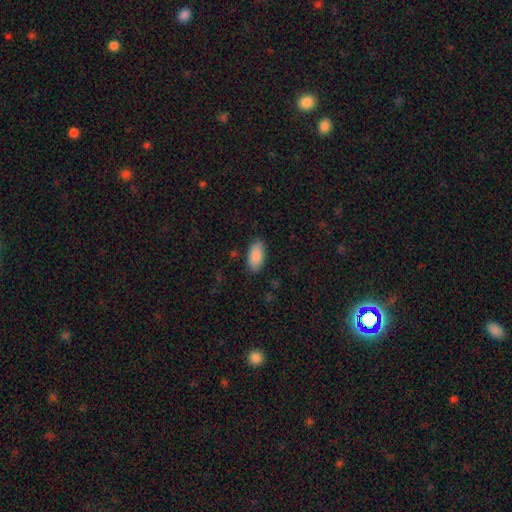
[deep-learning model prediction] smooth-or-featured: smooth: 90% | star or artifact: 6% | featured or disk: 4%
  how-rounded: in between: 93% | cigar-shaped: 5% | round: 2%
  merging: none: 86% | minor disturbance: 10% | major disturbance: 3% | merger: 1%